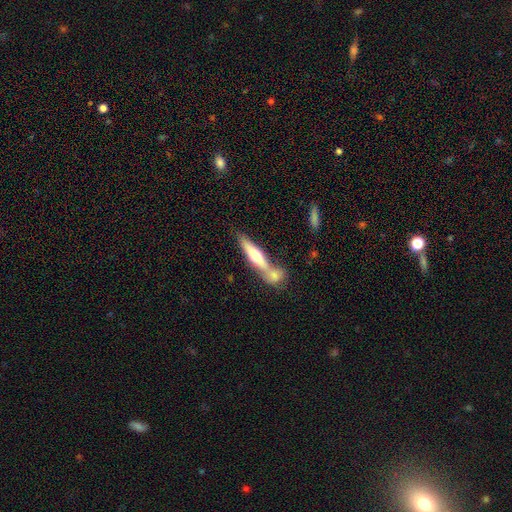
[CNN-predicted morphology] featured or disk 49%, smooth 46%, star or artifact 5%. Down the decision tree: merging — none (45%).